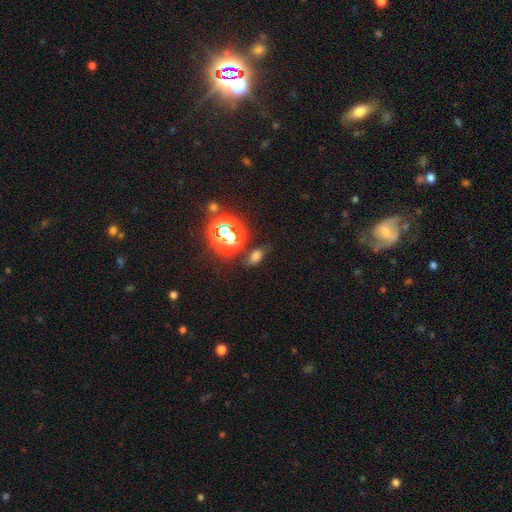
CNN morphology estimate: This is possibly a smooth galaxy (59%). How rounded: likely in between (79%). Merging: likely none (64%).